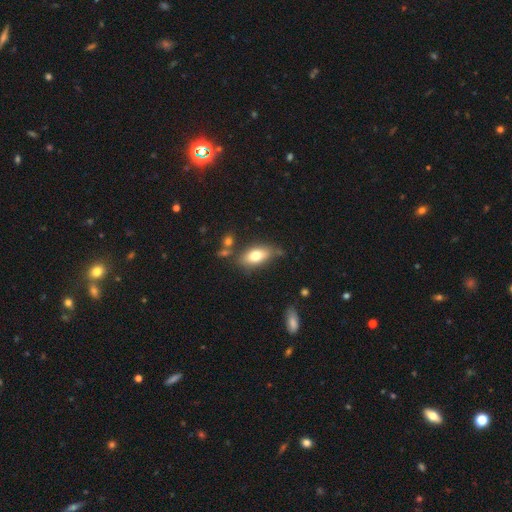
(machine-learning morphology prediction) Smooth or featured? Predicted: smooth (p=0.74). How rounded? Predicted: in between (p=0.87). Merging? Predicted: none (p=0.70).